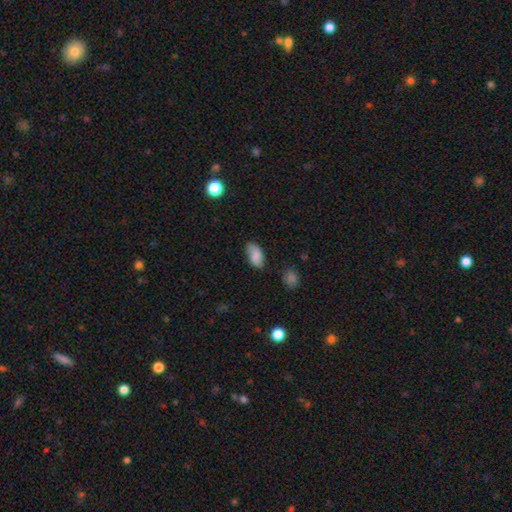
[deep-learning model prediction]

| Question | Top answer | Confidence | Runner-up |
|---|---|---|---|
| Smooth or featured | smooth | 75% | featured or disk (16%) |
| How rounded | in between | 93% | round (4%) |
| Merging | none | 64% | minor disturbance (27%) |